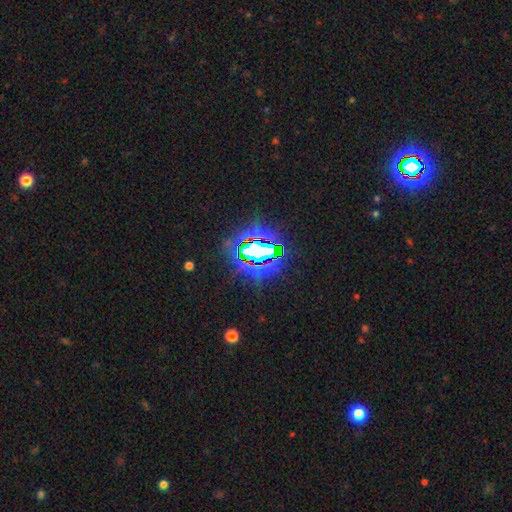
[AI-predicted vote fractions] Q: Smooth or featured?
A: star or artifact (81%); runner-up: smooth (10%)